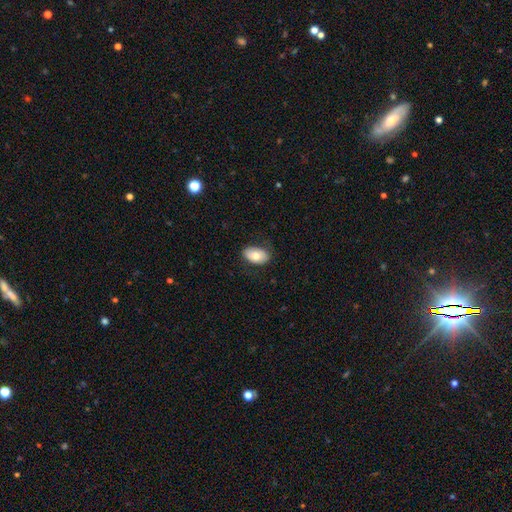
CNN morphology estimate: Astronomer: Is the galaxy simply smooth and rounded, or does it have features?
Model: smooth — 74%.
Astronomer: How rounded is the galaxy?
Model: in between — 93%.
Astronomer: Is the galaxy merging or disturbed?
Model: none — 82%.